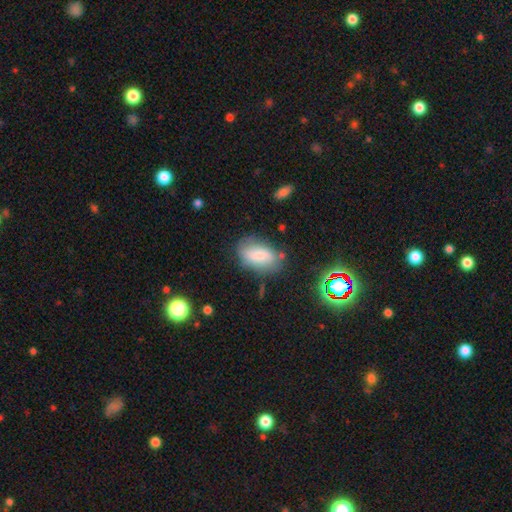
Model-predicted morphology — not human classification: The model was most divided on "merging": none: 68%, minor disturbance: 22%, major disturbance: 7%, merger: 4%. More confident: how rounded — in between (90%); smooth or featured — smooth (71%).